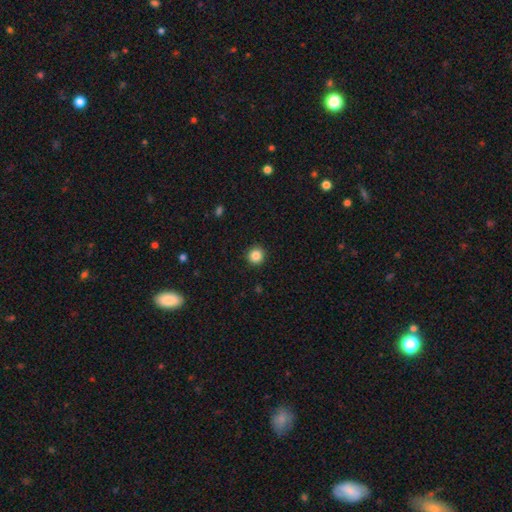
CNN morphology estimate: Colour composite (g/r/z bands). It shows a smooth galaxy with no disk features (86%) that is round (95%). Merging: none (93%).